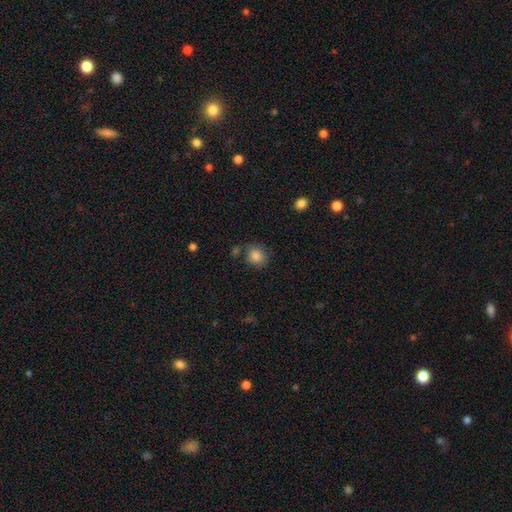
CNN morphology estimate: Q: Smooth or featured?
A: smooth (85%); runner-up: star or artifact (9%)
Q: How rounded?
A: round (77%); runner-up: in between (22%)
Q: Merging?
A: none (76%); runner-up: minor disturbance (13%)